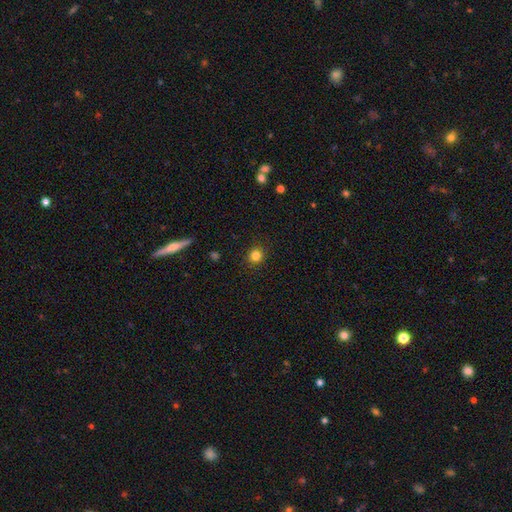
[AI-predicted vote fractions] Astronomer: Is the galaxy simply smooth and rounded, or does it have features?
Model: smooth — 83%.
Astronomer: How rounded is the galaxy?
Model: round — 89%.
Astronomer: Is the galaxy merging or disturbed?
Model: none — 91%.